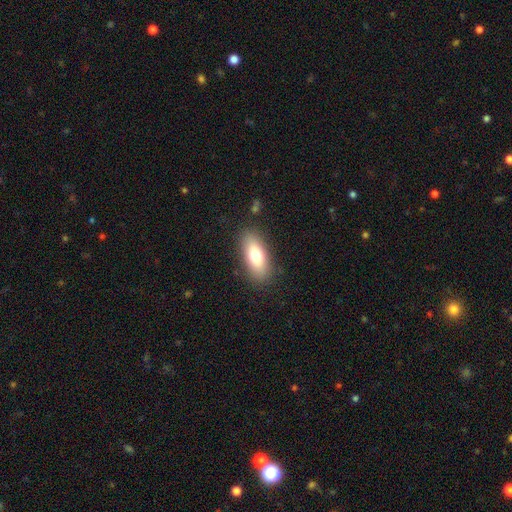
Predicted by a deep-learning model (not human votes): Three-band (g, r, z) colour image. It shows a smooth galaxy with no disk features (73%) that is in between round and cigar-shaped (79%). Merging: none (86%).